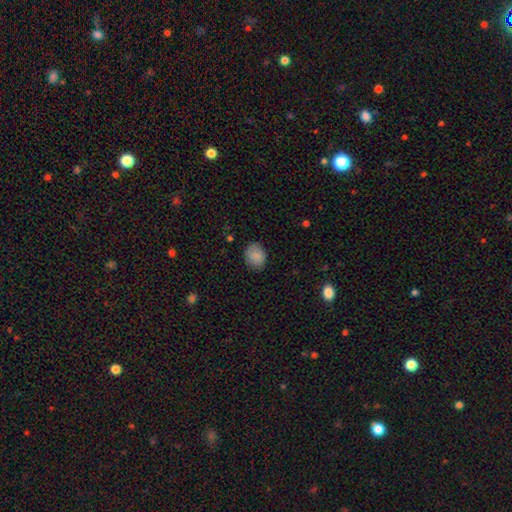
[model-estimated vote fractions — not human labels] A smooth galaxy with no disk features (87%) that is round (57%).

Vote fractions:
- Smooth or featured? smooth: 87% / star or artifact: 8% / featured or disk: 5%
- How rounded? round: 57% / in between: 42% / cigar-shaped: 1%
- Merging? none: 82% / minor disturbance: 14% / major disturbance: 3% / merger: 1%